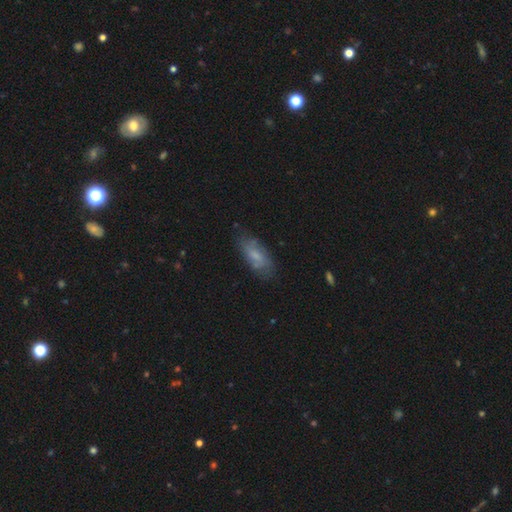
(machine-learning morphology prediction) Smooth or featured? Predicted: smooth (p=0.59). How rounded? Predicted: in between (p=0.77). Merging? Predicted: none (p=0.70).